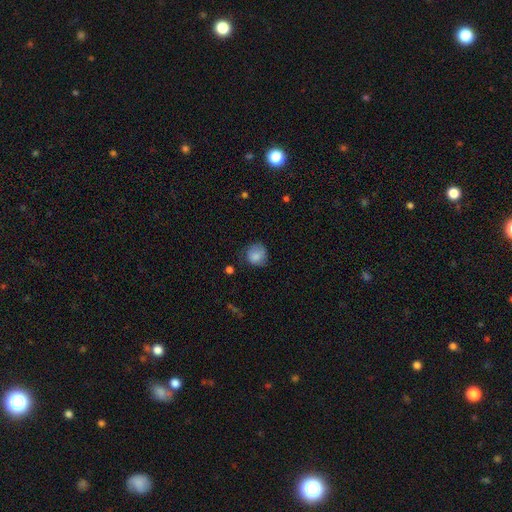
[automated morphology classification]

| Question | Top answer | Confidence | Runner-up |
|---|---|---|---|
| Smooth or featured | smooth | 81% | featured or disk (10%) |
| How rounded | round | 81% | in between (19%) |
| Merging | none | 59% | minor disturbance (29%) |